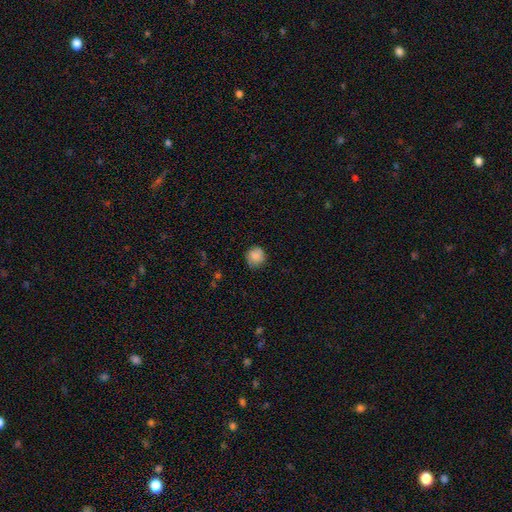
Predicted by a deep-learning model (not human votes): The model was most divided on "merging": none: 83%, minor disturbance: 13%, major disturbance: 3%, merger: 1%. More confident: how rounded — round (91%); smooth or featured — smooth (85%).